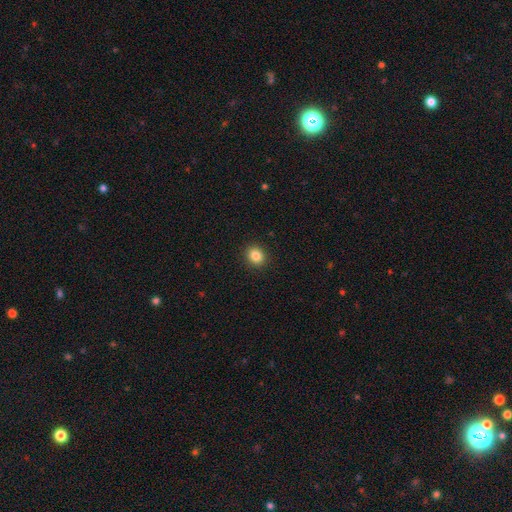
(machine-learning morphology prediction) smooth_or_featured: smooth (p=0.84) [alt: star or artifact p=0.11]
how_rounded: round (p=0.68) [alt: in between p=0.31]
merging: none (p=0.92) [alt: minor disturbance p=0.06]